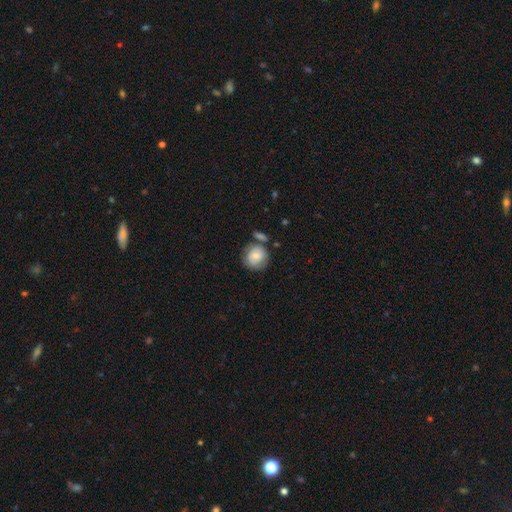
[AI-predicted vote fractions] Smooth or featured: smooth — 75% (featured or disk — 18%)
How rounded: round — 86% (in between — 13%)
Merging: none — 62% (minor disturbance — 19%)